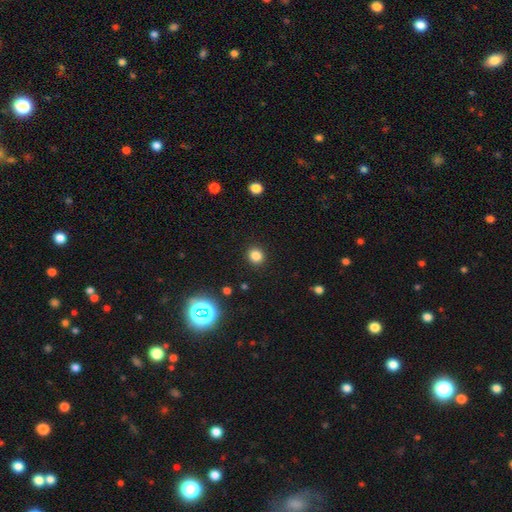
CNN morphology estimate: smooth 82%, star or artifact 13%, featured or disk 4%. Down the decision tree: how rounded — round (82%); merging — none (91%).